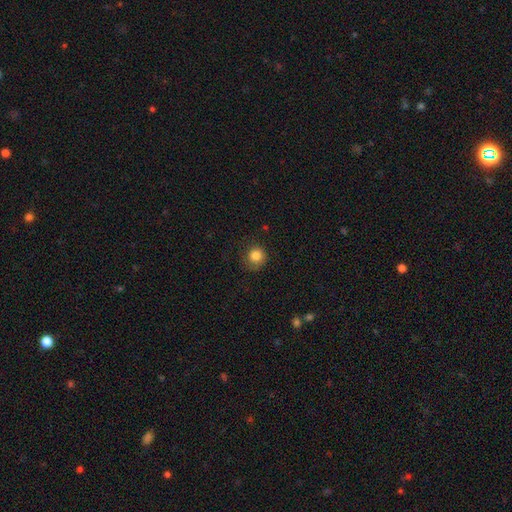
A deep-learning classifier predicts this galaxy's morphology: This appears to be a smooth galaxy with no disk features (84%) that is round (91%). Merging: none (76%).